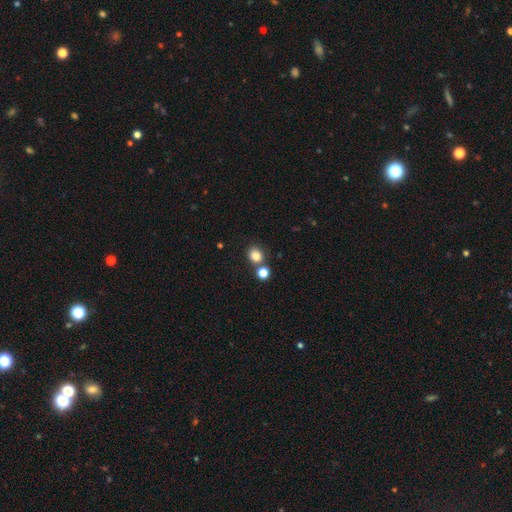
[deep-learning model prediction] A smooth galaxy with no disk features (83%) that is round (73%). Merging: none (69%).